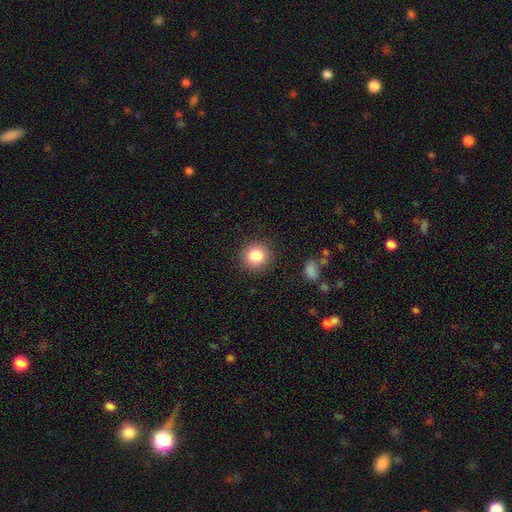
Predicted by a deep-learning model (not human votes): The model was most divided on "smooth or featured": smooth: 84%, star or artifact: 10%, featured or disk: 6%. More confident: how rounded — round (91%); merging — none (90%).